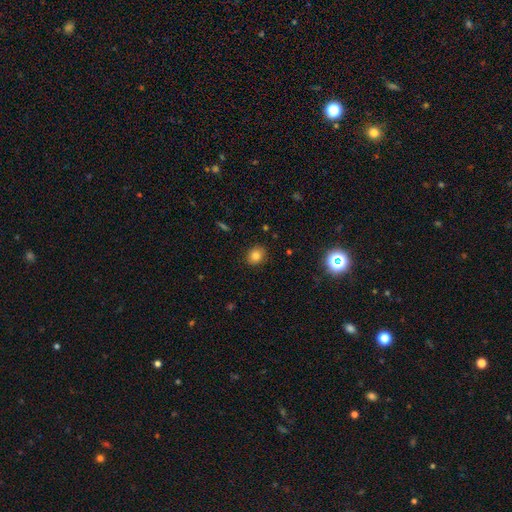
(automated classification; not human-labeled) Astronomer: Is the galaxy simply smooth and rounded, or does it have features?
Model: smooth — 80%.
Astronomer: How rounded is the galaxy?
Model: round — 63%.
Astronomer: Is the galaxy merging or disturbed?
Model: none — 87%.